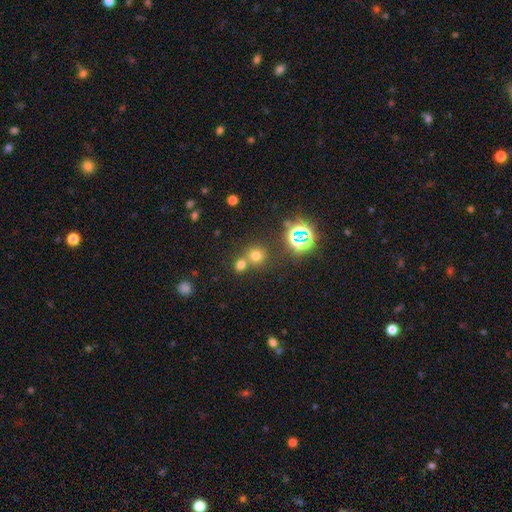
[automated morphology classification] A smooth galaxy with no disk features (64%) that is round (88%). Merging: none (57%).